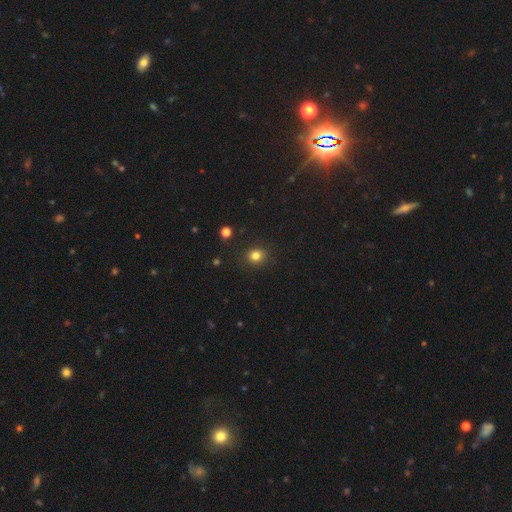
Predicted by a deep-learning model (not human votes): Smooth or featured? smooth (82%)
How rounded? round (78%)
Merging? none (89%)